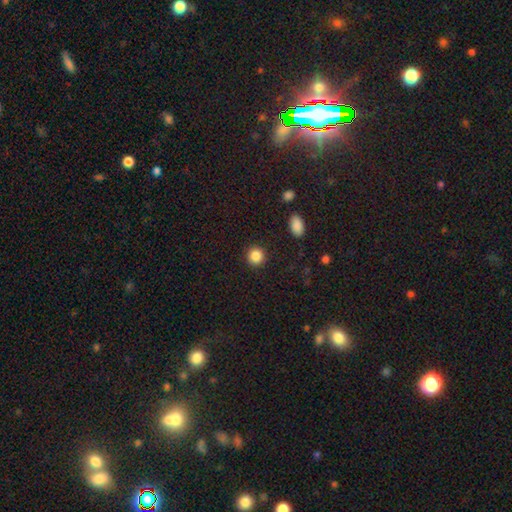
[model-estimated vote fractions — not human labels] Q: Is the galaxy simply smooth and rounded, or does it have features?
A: smooth — 87%.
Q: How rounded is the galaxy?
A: round — 90%.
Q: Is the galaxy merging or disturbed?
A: none — 91%.